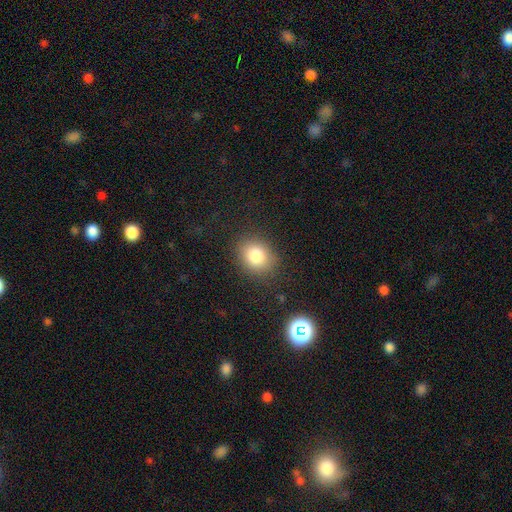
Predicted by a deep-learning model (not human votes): smooth 82%, star or artifact 11%, featured or disk 8%. Down the decision tree: how rounded — round (57%); merging — none (85%).